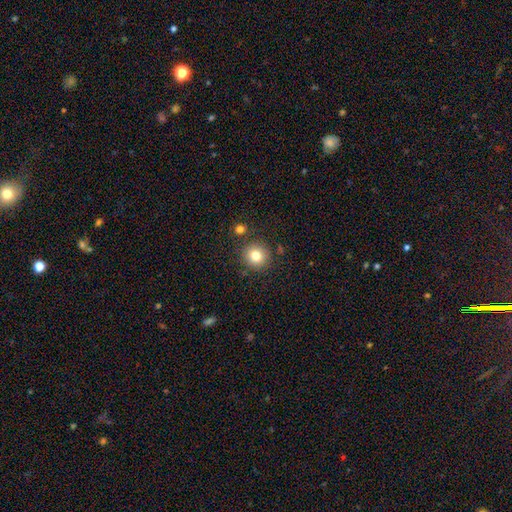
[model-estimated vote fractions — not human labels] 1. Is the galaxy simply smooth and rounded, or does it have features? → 81% smooth, 11% star or artifact, 8% featured or disk.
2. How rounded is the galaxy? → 92% round, 7% in between, 1% cigar-shaped.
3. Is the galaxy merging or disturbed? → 85% none, 8% minor disturbance, 4% merger, 3% major disturbance.